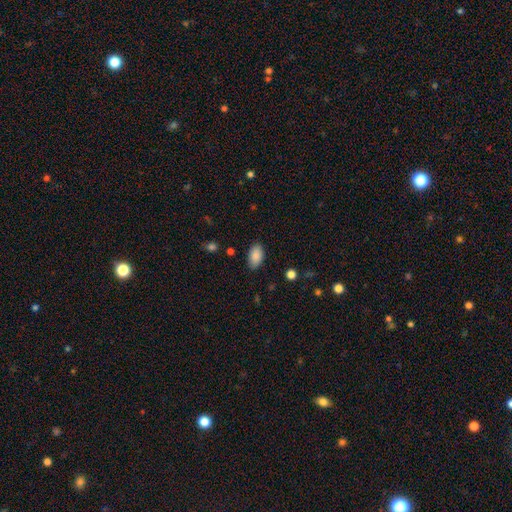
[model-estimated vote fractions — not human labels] The model was most divided on "merging": none: 84%, minor disturbance: 12%, major disturbance: 3%, merger: 1%. More confident: how rounded — in between (94%); smooth or featured — smooth (88%).